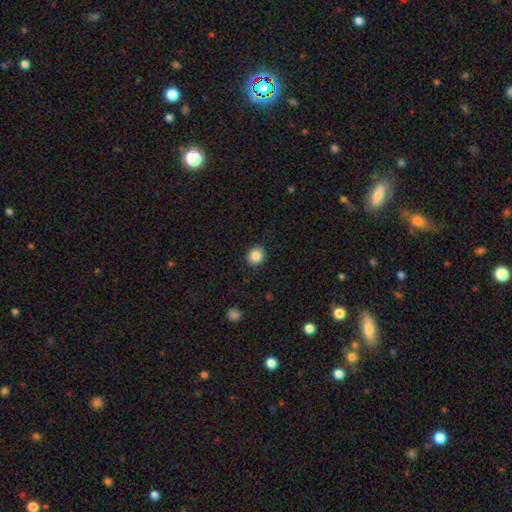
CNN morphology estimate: Smooth or featured: smooth — 87% (star or artifact — 10%)
How rounded: round — 88% (in between — 11%)
Merging: none — 90% (minor disturbance — 7%)